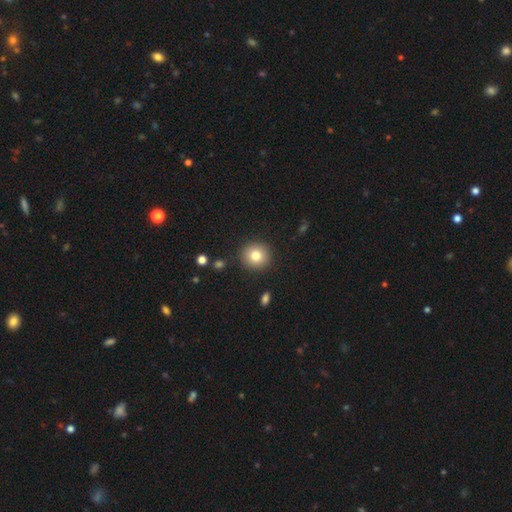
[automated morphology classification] Smooth or featured? Predicted: smooth (p=0.81). How rounded? Predicted: round (p=0.92). Merging? Predicted: none (p=0.90).